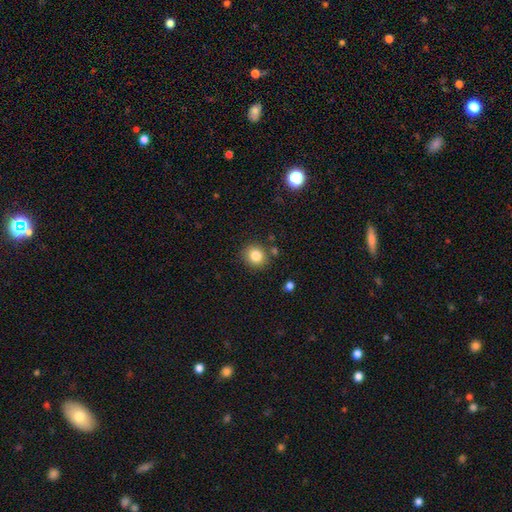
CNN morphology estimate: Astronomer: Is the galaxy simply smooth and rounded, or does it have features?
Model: smooth — 83%.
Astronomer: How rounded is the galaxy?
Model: round — 80%.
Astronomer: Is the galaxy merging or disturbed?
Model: none — 83%.